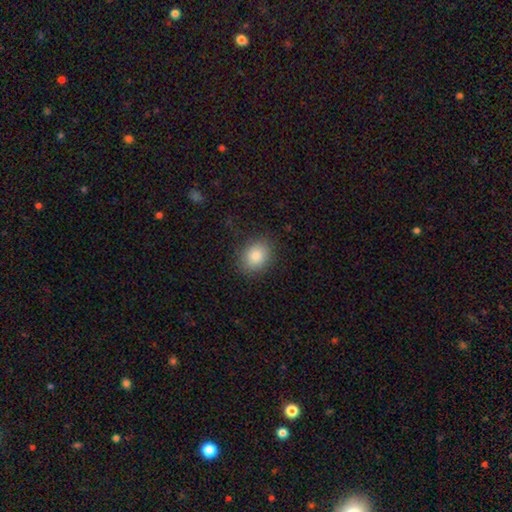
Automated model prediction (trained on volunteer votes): Smooth or featured: smooth — 84% (star or artifact — 9%)
How rounded: round — 51% (in between — 48%)
Merging: none — 86% (minor disturbance — 10%)